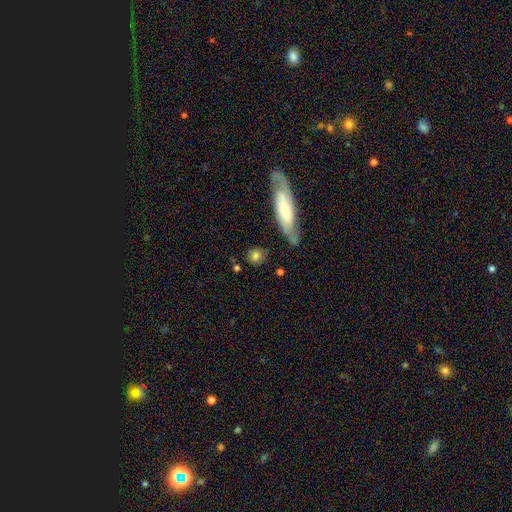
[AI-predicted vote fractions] smooth 78%, featured or disk 13%, star or artifact 9%. Down the decision tree: how rounded — round (72%); merging — none (78%).